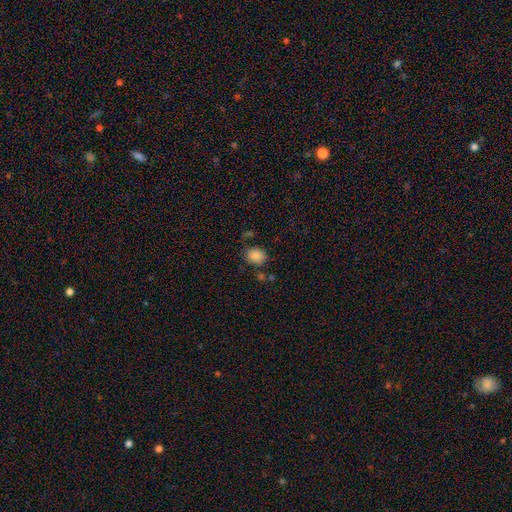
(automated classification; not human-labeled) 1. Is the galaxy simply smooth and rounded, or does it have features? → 85% smooth, 10% star or artifact, 5% featured or disk.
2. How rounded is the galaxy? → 61% round, 38% in between, 1% cigar-shaped.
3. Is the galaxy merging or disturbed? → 69% none, 18% minor disturbance, 8% merger, 6% major disturbance.